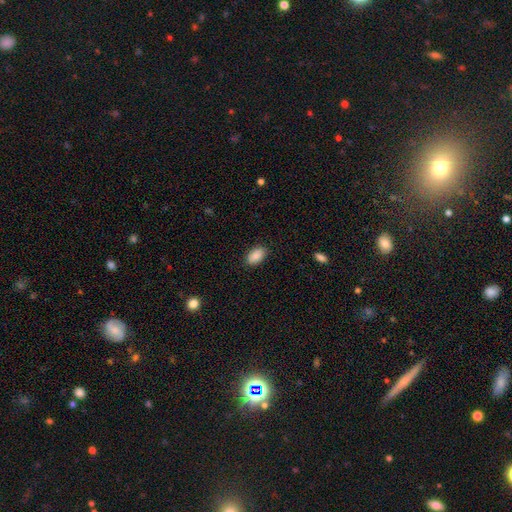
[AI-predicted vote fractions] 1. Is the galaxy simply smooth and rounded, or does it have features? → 89% smooth, 7% star or artifact, 4% featured or disk.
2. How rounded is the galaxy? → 93% in between, 4% round, 3% cigar-shaped.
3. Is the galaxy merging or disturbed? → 87% none, 10% minor disturbance, 2% major disturbance, 1% merger.